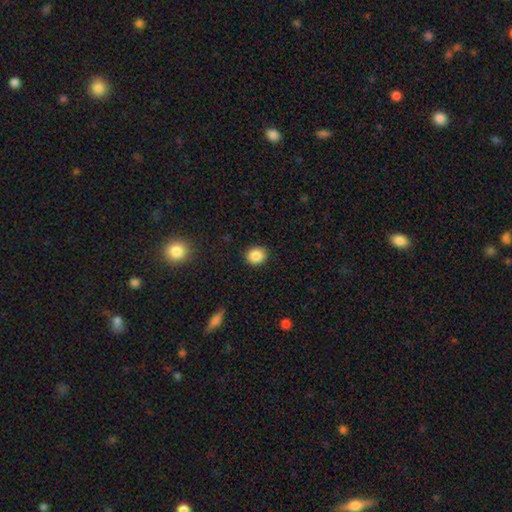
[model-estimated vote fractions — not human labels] A smooth galaxy with no disk features (86%) that is round (81%).

Vote fractions:
- Smooth or featured? smooth: 86% / star or artifact: 9% / featured or disk: 5%
- How rounded? round: 81% / in between: 18% / cigar-shaped: 1%
- Merging? none: 91% / minor disturbance: 6% / major disturbance: 2% / merger: 1%